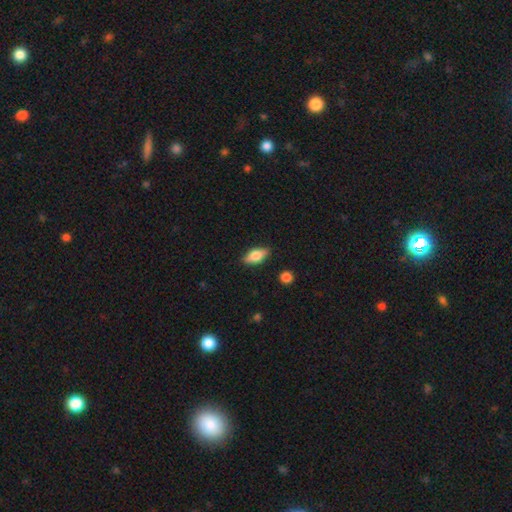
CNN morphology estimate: A smooth galaxy with no disk features (72%) that is in between round and cigar-shaped (85%). Merging: none (86%).